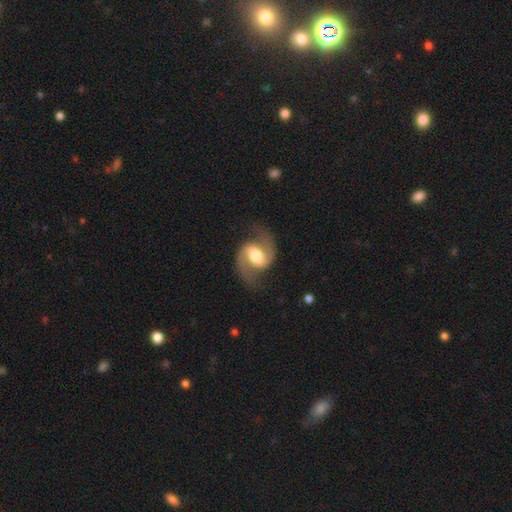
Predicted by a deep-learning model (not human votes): Smooth or featured: featured or disk — 88% (smooth — 8%)
Edge-on disk: no — 98% (yes — 2%)
Bar: weak — 46% (strong — 32%)
Spiral arms: yes — 97% (no — 3%)
Spiral winding: medium — 52% (loose — 37%)
Spiral arm count: 2 — 94% (can't tell — 2%)
Bulge size: moderate — 60% (large — 27%)
Merging: none — 78% (minor disturbance — 13%)